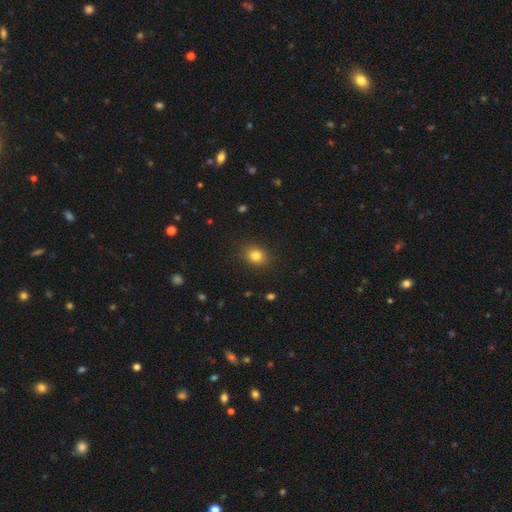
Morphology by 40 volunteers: smooth 85%, star or artifact 10%, featured or disk 5%. Down the decision tree: how rounded — round (53%); merging — none (97%).